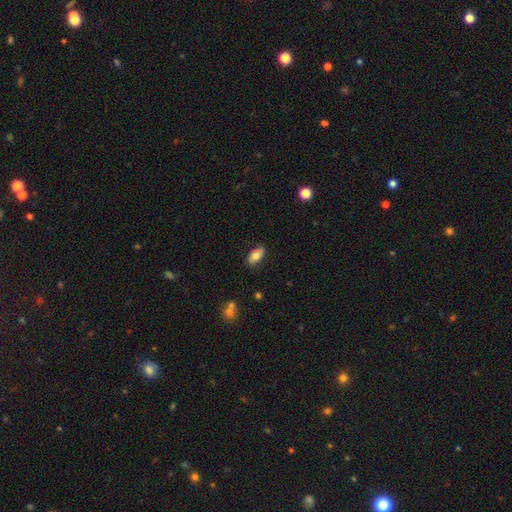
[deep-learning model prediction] Q: Smooth or featured?
A: smooth (73%); runner-up: featured or disk (20%)
Q: How rounded?
A: in between (92%); runner-up: round (4%)
Q: Merging?
A: none (80%); runner-up: minor disturbance (15%)